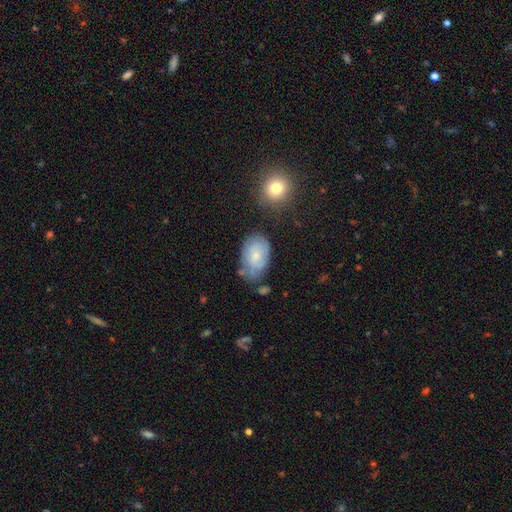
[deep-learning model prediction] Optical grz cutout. It shows a smooth galaxy with no disk features (56%) that is in between round and cigar-shaped (87%). Merging: none (54%).